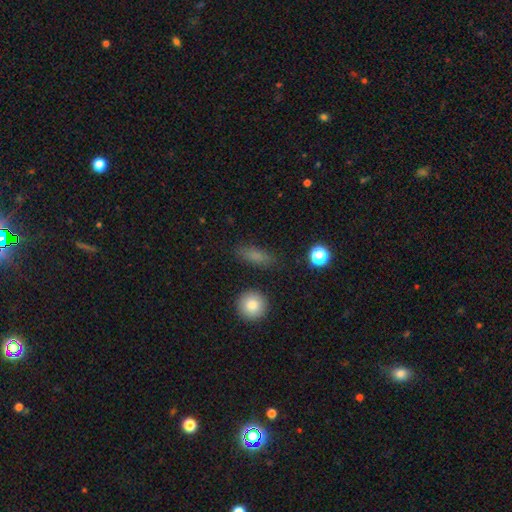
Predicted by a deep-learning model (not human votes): Smooth or featured? Predicted: smooth (p=0.78). How rounded? Predicted: in between (p=0.52). Merging? Predicted: none (p=0.82).